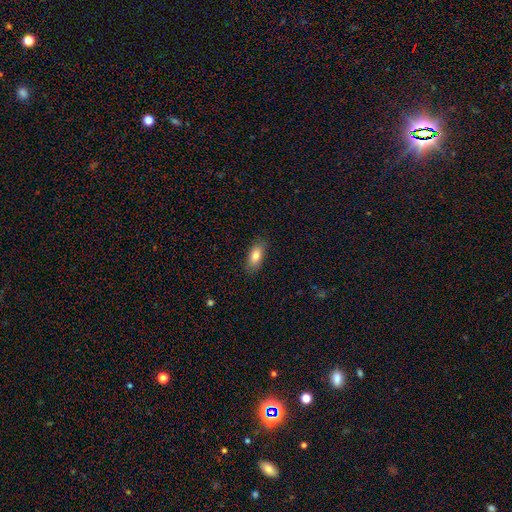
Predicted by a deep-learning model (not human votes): The model was most divided on "smooth or featured": smooth: 82%, featured or disk: 11%, star or artifact: 7%. More confident: how rounded — in between (86%); merging — none (85%).